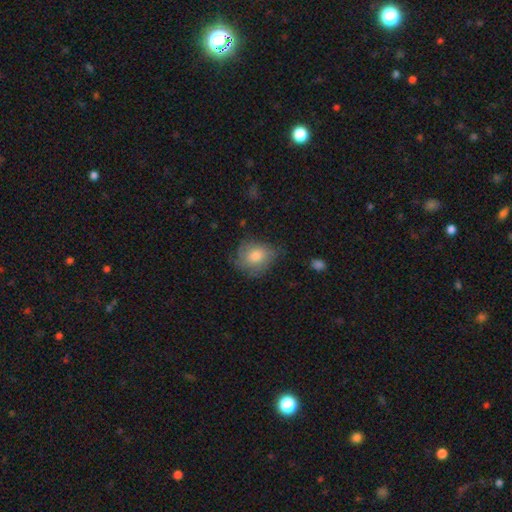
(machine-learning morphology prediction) Smooth or featured? smooth (75%)
How rounded? round (62%)
Merging? none (60%)